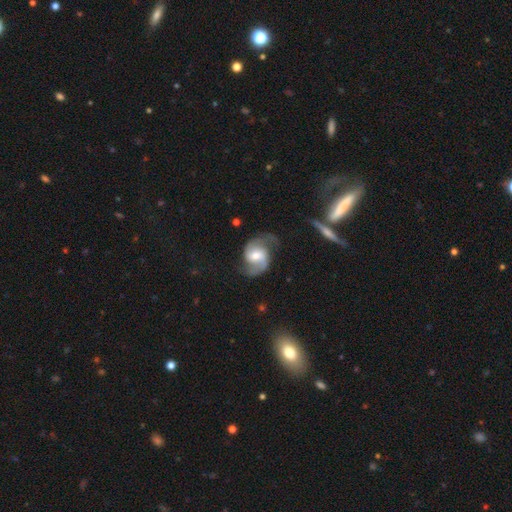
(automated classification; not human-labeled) Smooth or featured? featured or disk (84%)
Edge-on disk? no (98%)
Bar? weak (46%)
Spiral arms? yes (96%)
Spiral winding? medium (49%)
Spiral arm count? 2 (91%)
Bulge size? moderate (59%)
Merging? none (69%)